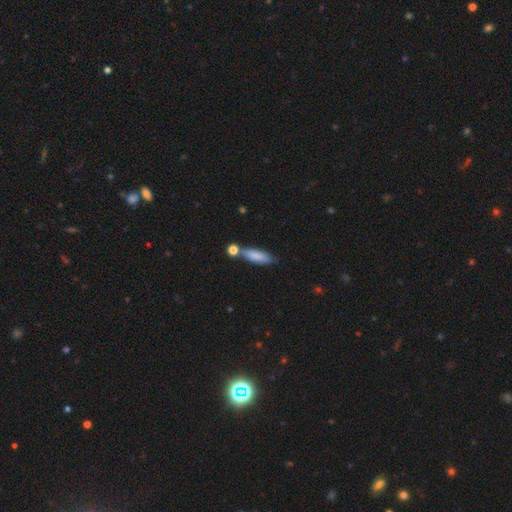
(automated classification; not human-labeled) smooth_or_featured: smooth (p=0.81) [alt: featured or disk p=0.12]
how_rounded: cigar-shaped (p=0.49) [alt: in between p=0.48]
merging: none (p=0.59) [alt: merger p=0.20]